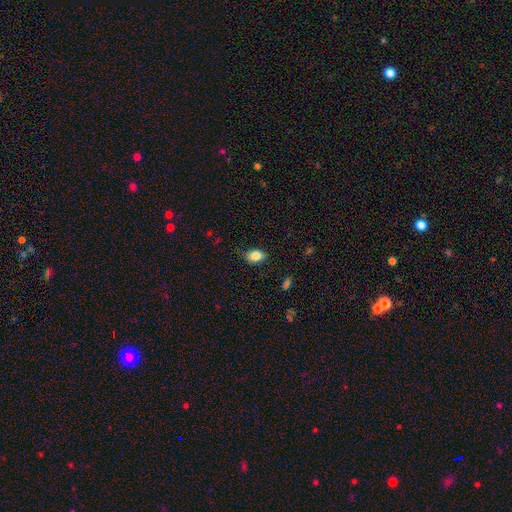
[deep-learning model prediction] The model was most divided on "merging": none: 75%, minor disturbance: 20%, major disturbance: 4%, merger: 1%. More confident: smooth or featured — smooth (86%); how rounded — in between (79%).